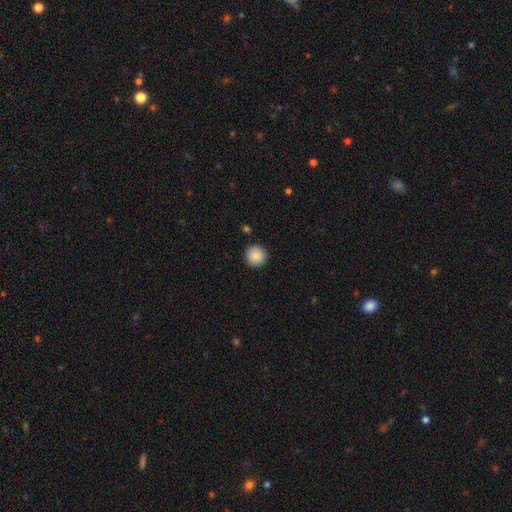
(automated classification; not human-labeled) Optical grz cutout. It shows a smooth galaxy with no disk features (88%) that is round (95%). Merging: none (92%).